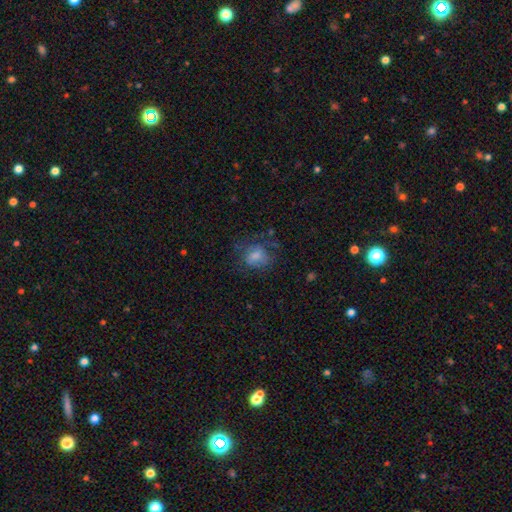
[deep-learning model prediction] Smooth or featured: smooth — 63% (featured or disk — 26%)
How rounded: round — 56% (in between — 43%)
Merging: none — 51% (minor disturbance — 24%)